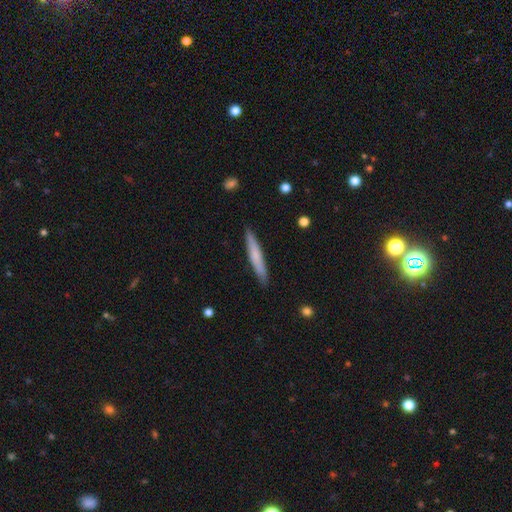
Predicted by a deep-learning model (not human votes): A smooth galaxy with no disk features (67%) that is cigar-shaped (95%).

Vote fractions:
- Smooth or featured? smooth: 67% / featured or disk: 28% / star or artifact: 6%
- How rounded? cigar-shaped: 95% / in between: 4% / round: 1%
- Merging? none: 90% / minor disturbance: 8% / major disturbance: 1% / merger: 1%